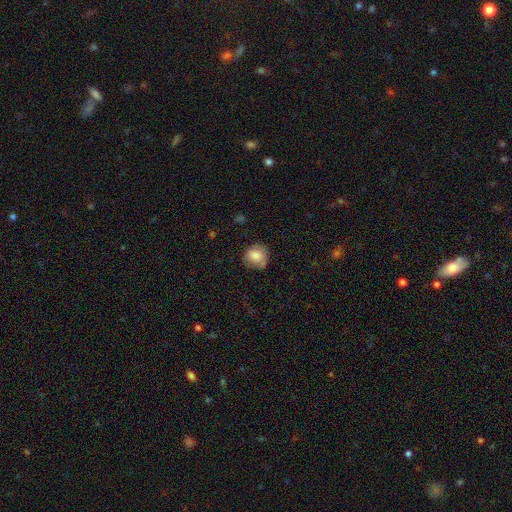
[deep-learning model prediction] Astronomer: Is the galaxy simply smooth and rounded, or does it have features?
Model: smooth — 81%.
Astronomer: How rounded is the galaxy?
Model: round — 83%.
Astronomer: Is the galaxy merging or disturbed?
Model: none — 69%.